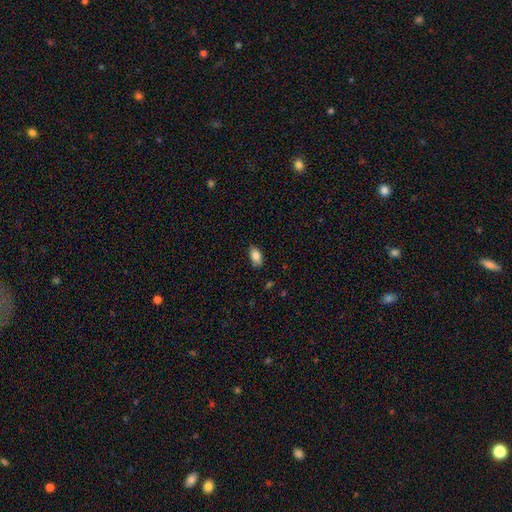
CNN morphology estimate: A smooth galaxy with no disk features (85%) that is in between round and cigar-shaped (91%). Merging: none (79%).